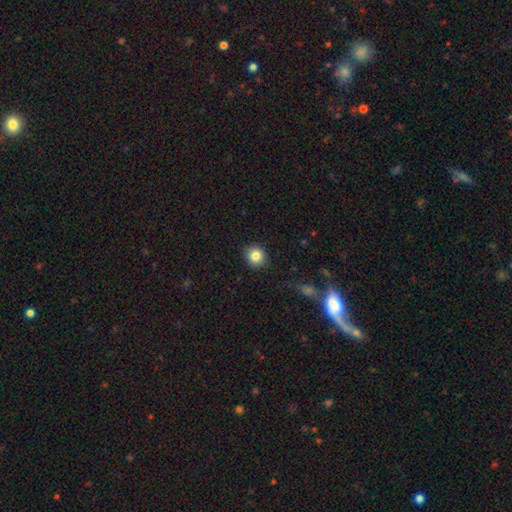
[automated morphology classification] A smooth galaxy with no disk features (83%) that is round (86%).

Vote fractions:
- Smooth or featured? smooth: 83% / star or artifact: 10% / featured or disk: 7%
- How rounded? round: 86% / in between: 13% / cigar-shaped: 1%
- Merging? none: 89% / minor disturbance: 8% / major disturbance: 2% / merger: 1%